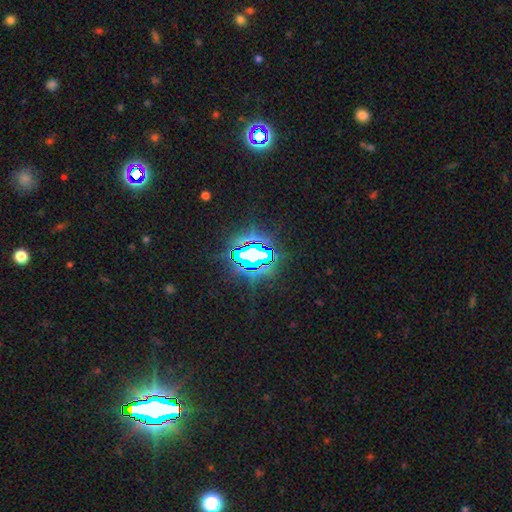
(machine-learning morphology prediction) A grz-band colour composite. It shows a star or artifact, not a galaxy (79%).